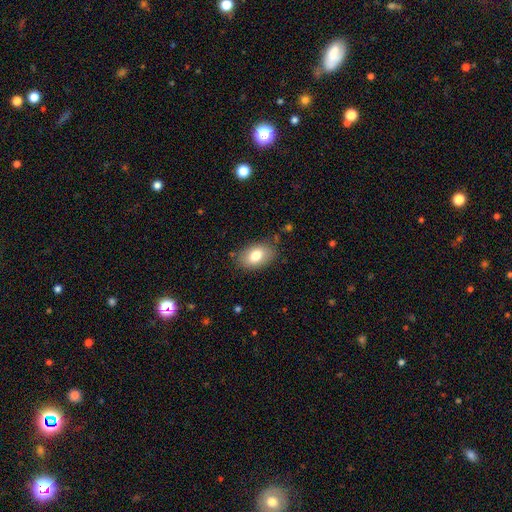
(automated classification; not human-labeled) This appears to be a smooth galaxy with no disk features (79%) that is in between round and cigar-shaped (89%). Merging: none (82%).